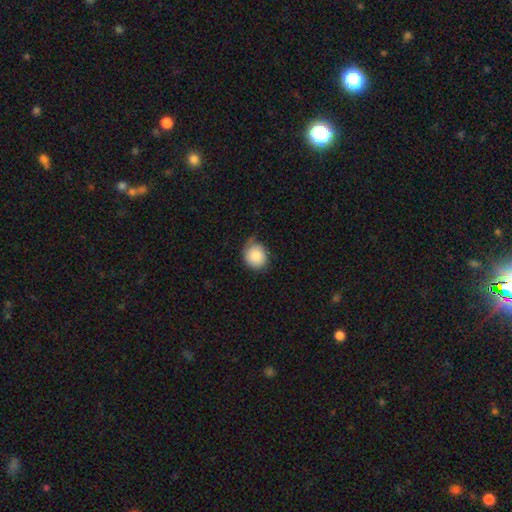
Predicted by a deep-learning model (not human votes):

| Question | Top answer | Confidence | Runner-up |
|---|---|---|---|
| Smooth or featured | smooth | 83% | featured or disk (10%) |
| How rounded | round | 77% | in between (22%) |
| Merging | none | 53% | minor disturbance (37%) |